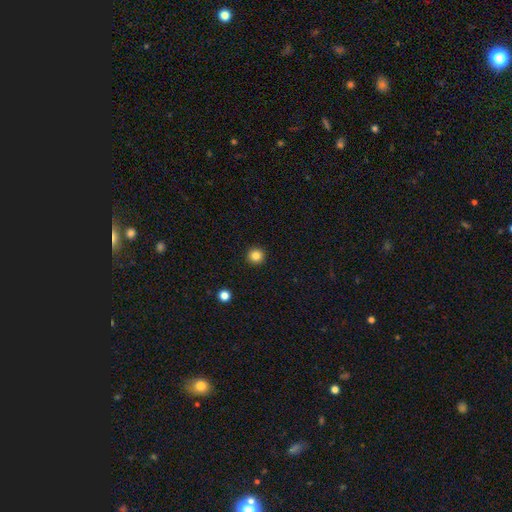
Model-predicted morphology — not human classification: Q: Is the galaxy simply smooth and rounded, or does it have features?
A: smooth — 84%.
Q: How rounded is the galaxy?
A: round — 95%.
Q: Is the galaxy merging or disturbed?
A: none — 93%.